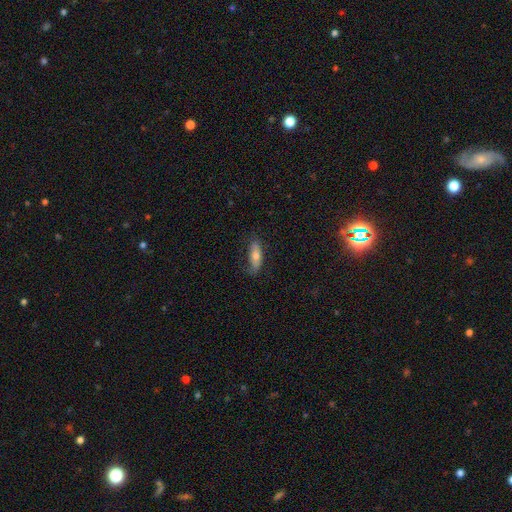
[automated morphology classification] smooth_or_featured: smooth (p=0.55) [alt: featured or disk p=0.35]
how_rounded: in between (p=0.58) [alt: cigar-shaped p=0.39]
merging: none (p=0.68) [alt: minor disturbance p=0.23]